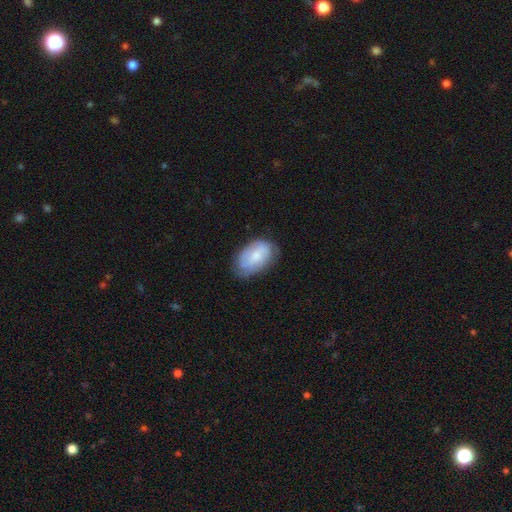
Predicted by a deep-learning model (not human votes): Smooth or featured?
  - smooth: 57% *
  - featured or disk: 36%
  - star or artifact: 7%
How rounded?
  - in between: 91% *
  - round: 8%
  - cigar-shaped: 2%
Merging?
  - none: 68% *
  - minor disturbance: 25%
  - major disturbance: 6%
  - merger: 1%